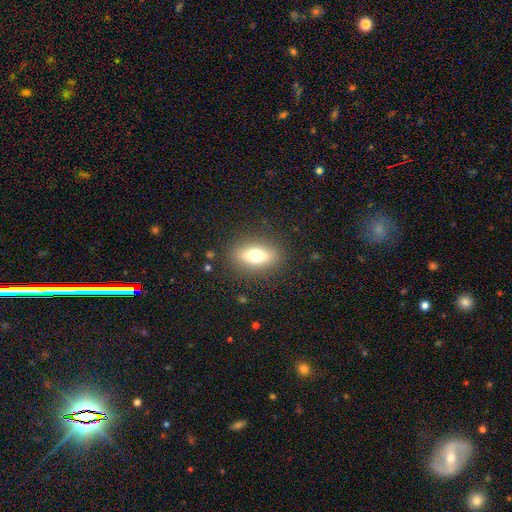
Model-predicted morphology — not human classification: A smooth galaxy with no disk features (63%) that is in between round and cigar-shaped (70%).

Vote fractions:
- Smooth or featured? smooth: 63% / featured or disk: 26% / star or artifact: 11%
- How rounded? in between: 70% / round: 17% / cigar-shaped: 14%
- Merging? none: 85% / minor disturbance: 9% / major disturbance: 4% / merger: 1%